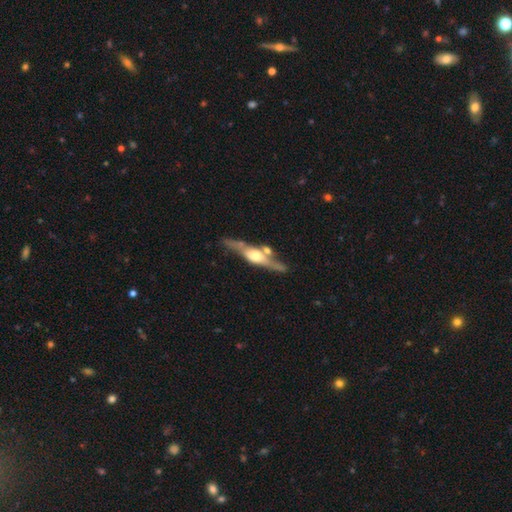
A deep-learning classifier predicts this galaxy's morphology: The model was most divided on "merging": none: 68%, minor disturbance: 14%, merger: 13%, major disturbance: 5%. More confident: edge-on disk — yes (92%); edge-on bulge — rounded (86%); smooth or featured — featured or disk (75%).